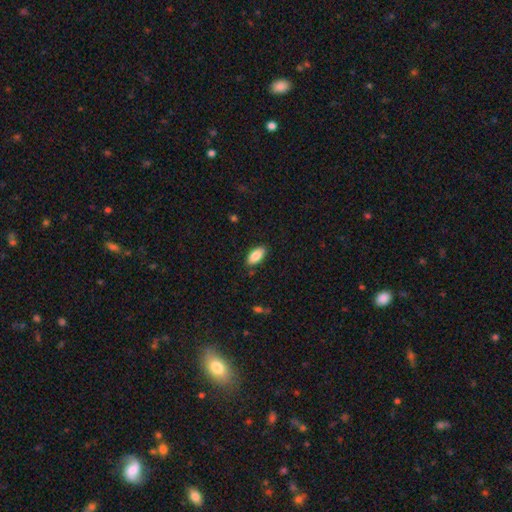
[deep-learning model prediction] This is clearly a smooth galaxy (86%). How rounded: clearly in between (91%). Merging: clearly none (86%).